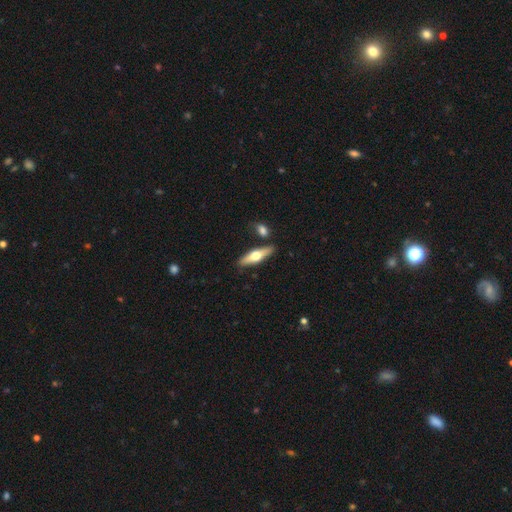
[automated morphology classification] This is possibly a featured or disk galaxy (49%). Merging: likely none (79%).